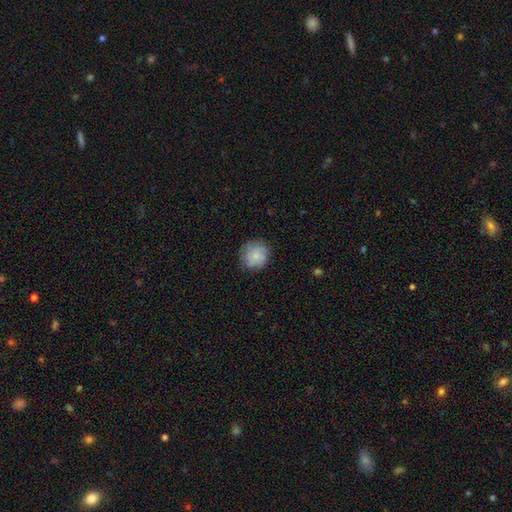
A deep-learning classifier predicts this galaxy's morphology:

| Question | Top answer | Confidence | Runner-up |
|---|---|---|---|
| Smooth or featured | smooth | 79% | featured or disk (13%) |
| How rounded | round | 87% | in between (12%) |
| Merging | none | 79% | minor disturbance (16%) |